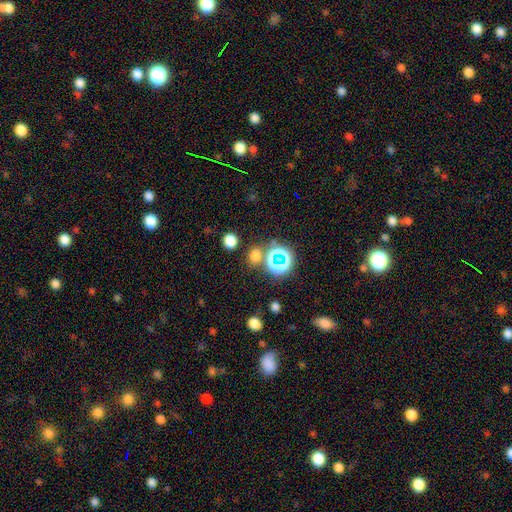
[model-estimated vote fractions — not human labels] Smooth or featured: smooth — 62% (star or artifact — 33%)
How rounded: round — 79% (in between — 19%)
Merging: none — 76% (merger — 12%)